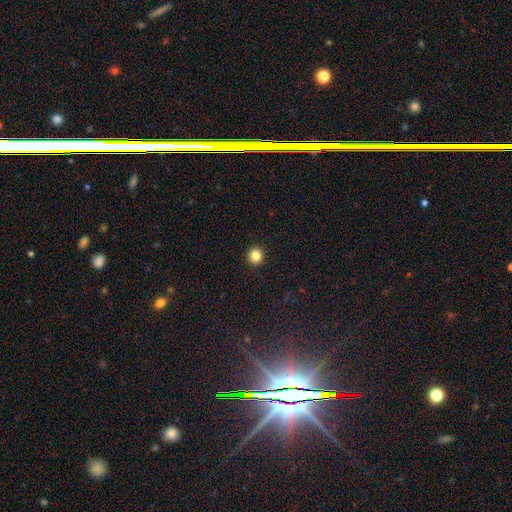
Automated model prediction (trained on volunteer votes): A smooth galaxy with no disk features (84%) that is round (93%).

Vote fractions:
- Smooth or featured? smooth: 84% / star or artifact: 11% / featured or disk: 4%
- How rounded? round: 93% / in between: 6% / cigar-shaped: 1%
- Merging? none: 93% / minor disturbance: 5% / major disturbance: 2% / merger: 1%